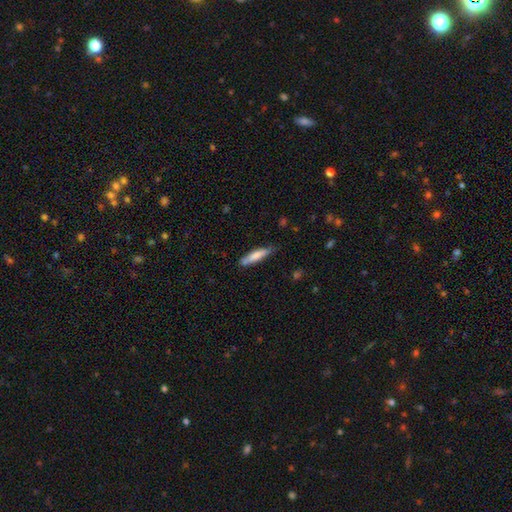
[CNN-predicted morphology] This appears to be a smooth galaxy with no disk features (75%) that is cigar-shaped (79%). Merging: none (74%).